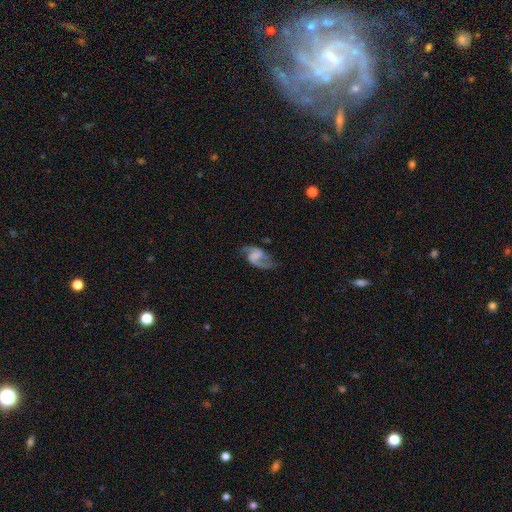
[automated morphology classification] Smooth or featured?
  - featured or disk: 81% *
  - smooth: 12%
  - star or artifact: 7%
Edge-on disk?
  - no: 97% *
  - yes: 3%
Bar?
  - weak: 49% *
  - no: 27%
  - strong: 24%
Spiral arms?
  - yes: 95% *
  - no: 5%
Spiral winding?
  - loose: 46% *
  - medium: 44%
  - tight: 10%
Spiral arm count?
  - 2: 90% *
  - 1: 3%
  - can't tell: 3%
  - 3: 1%
  - 4: 1%
  - more than 4: 1%
Bulge size?
  - none: 59% *
  - small: 19%
  - moderate: 13%
  - large: 7%
  - dominant: 2%
Merging?
  - none: 70% *
  - minor disturbance: 18%
  - major disturbance: 10%
  - merger: 2%